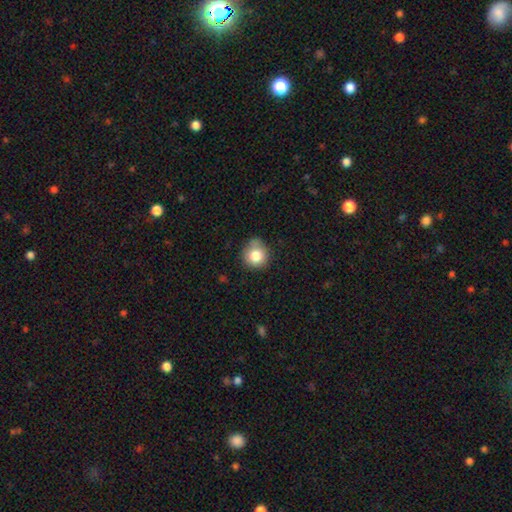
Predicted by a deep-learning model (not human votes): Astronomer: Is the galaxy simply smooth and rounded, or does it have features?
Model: smooth — 82%.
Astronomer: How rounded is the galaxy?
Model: round — 88%.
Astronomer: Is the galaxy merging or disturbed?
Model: none — 66%.